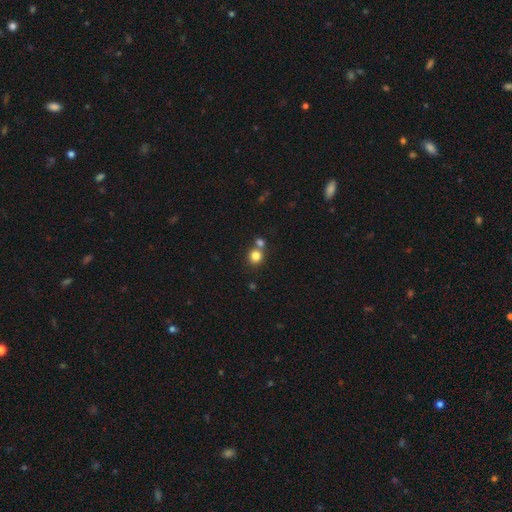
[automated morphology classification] smooth_or_featured: smooth (p=0.82) [alt: star or artifact p=0.12]
how_rounded: round (p=0.88) [alt: in between p=0.11]
merging: none (p=0.62) [alt: merger p=0.28]